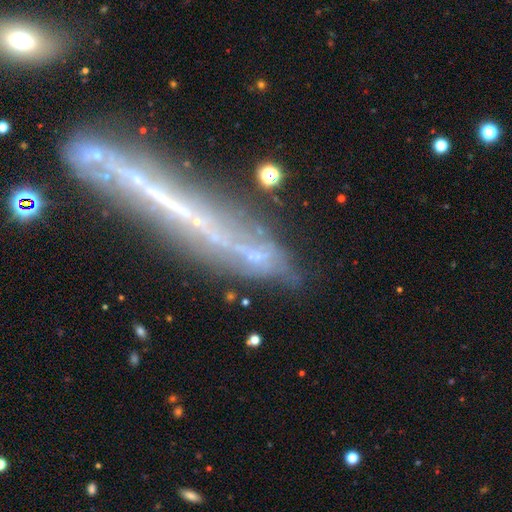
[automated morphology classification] Smooth or featured? featured or disk (45%)
Merging? none (44%)